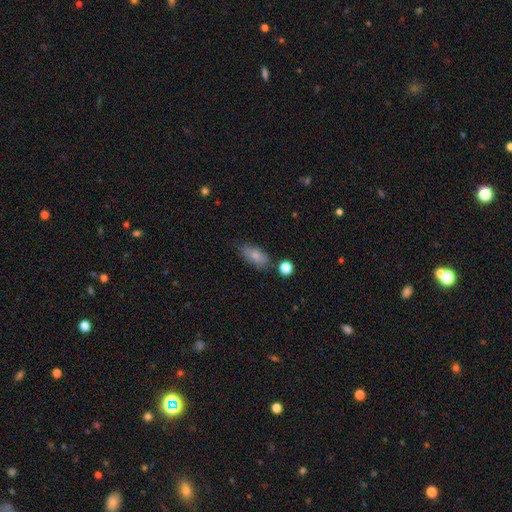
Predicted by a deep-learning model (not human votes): Morphology: type=smooth (80%); roundness=in between (86%); merging=none (70%).